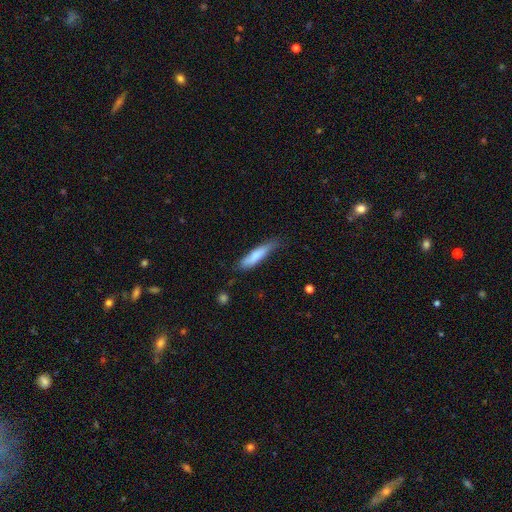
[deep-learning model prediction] The model was most divided on "merging": none: 61%, minor disturbance: 30%, major disturbance: 7%, merger: 2%. More confident: smooth or featured — smooth (77%); how rounded — cigar-shaped (77%).